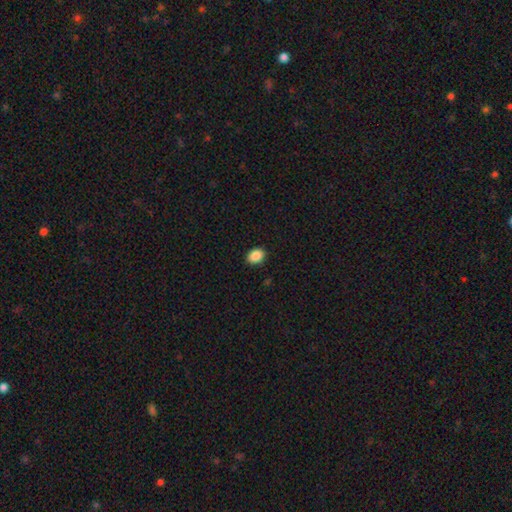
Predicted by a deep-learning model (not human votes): Smooth or featured? Predicted: smooth (p=0.89). How rounded? Predicted: in between (p=0.69). Merging? Predicted: none (p=0.90).